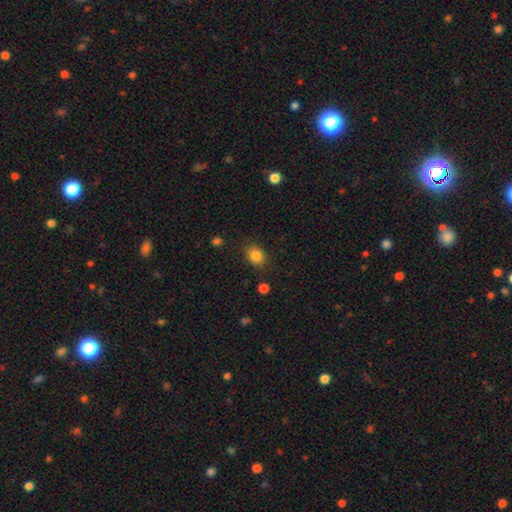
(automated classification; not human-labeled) smooth_or_featured: smooth (p=0.84) [alt: star or artifact p=0.10]
how_rounded: in between (p=0.52) [alt: round p=0.47]
merging: none (p=0.84) [alt: minor disturbance p=0.11]